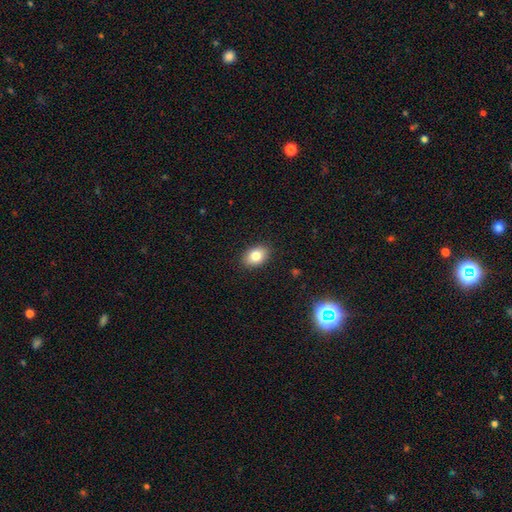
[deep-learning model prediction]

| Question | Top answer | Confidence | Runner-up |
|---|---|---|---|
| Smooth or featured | smooth | 82% | featured or disk (9%) |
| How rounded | in between | 81% | round (18%) |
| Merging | none | 88% | minor disturbance (9%) |